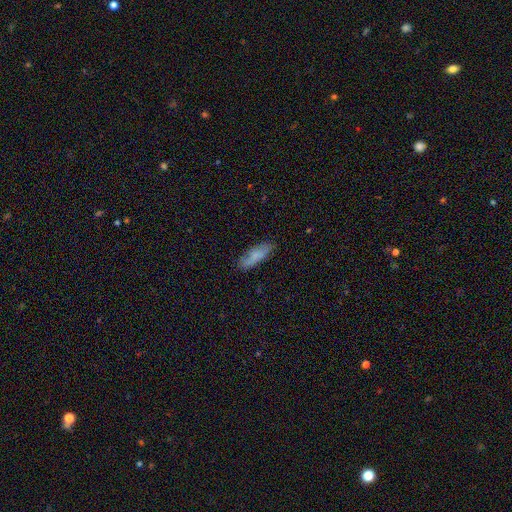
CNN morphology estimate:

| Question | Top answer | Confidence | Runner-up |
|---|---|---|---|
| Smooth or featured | smooth | 76% | featured or disk (17%) |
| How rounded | in between | 50% | cigar-shaped (48%) |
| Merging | none | 77% | minor disturbance (17%) |